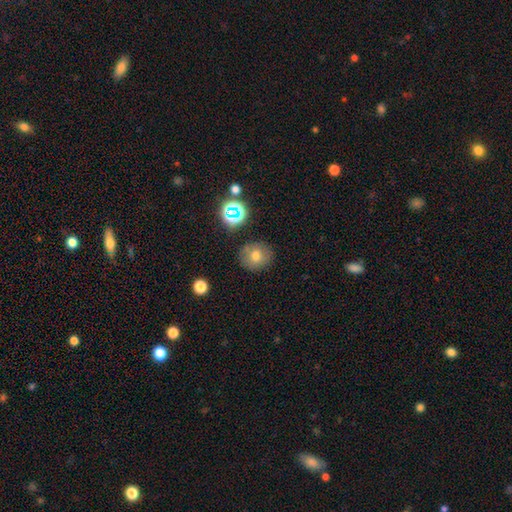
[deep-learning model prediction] The model was most divided on "smooth or featured": smooth: 70%, star or artifact: 16%, featured or disk: 14%. More confident: how rounded — round (84%); merging — none (81%).